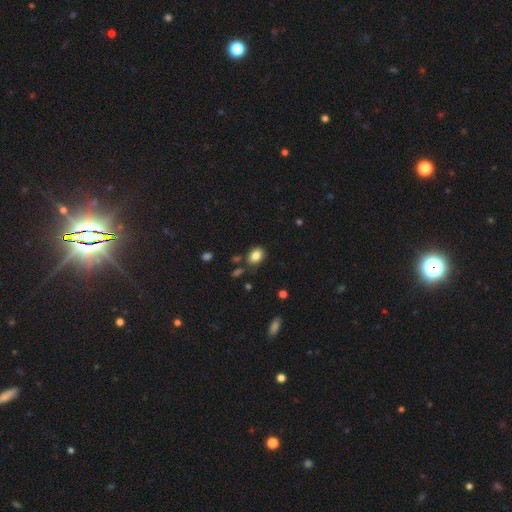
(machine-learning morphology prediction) type=smooth (85%); roundness=in between (75%); merging=none (78%).